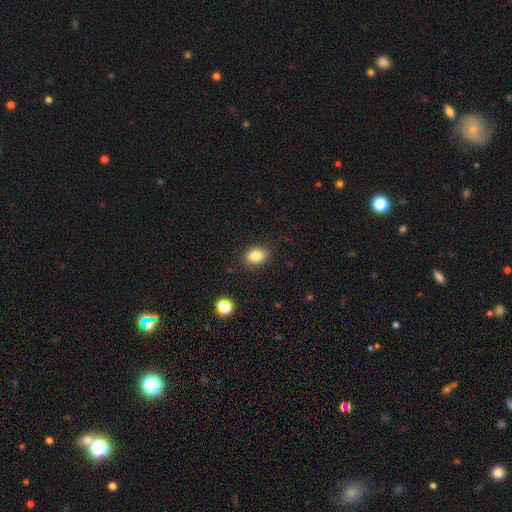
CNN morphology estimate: smooth_or_featured: smooth (p=0.83) [alt: star or artifact p=0.10]
how_rounded: in between (p=0.59) [alt: round p=0.40]
merging: none (p=0.88) [alt: minor disturbance p=0.08]